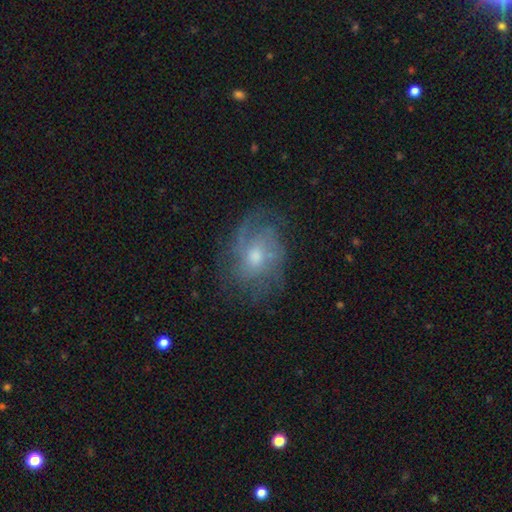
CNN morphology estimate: type=featured or disk (67%); edge-on=no (96%); bar=no (72%); spiral arms=yes (79%); winding=medium (39%); arm count=can't tell (44%); bulge=moderate (59%); merging=none (64%).